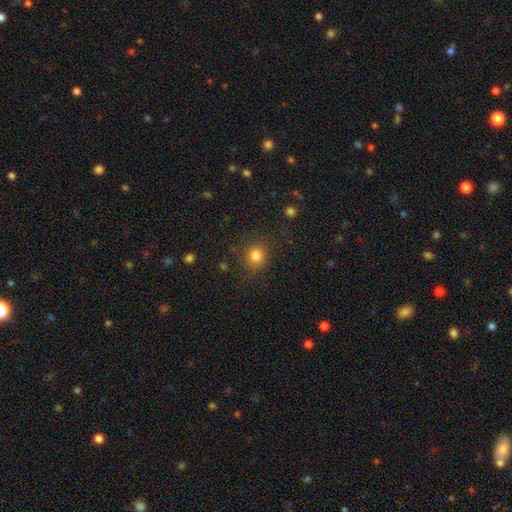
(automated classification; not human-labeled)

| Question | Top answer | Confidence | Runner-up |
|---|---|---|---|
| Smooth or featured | smooth | 83% | star or artifact (11%) |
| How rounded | round | 84% | in between (15%) |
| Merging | none | 82% | minor disturbance (11%) |